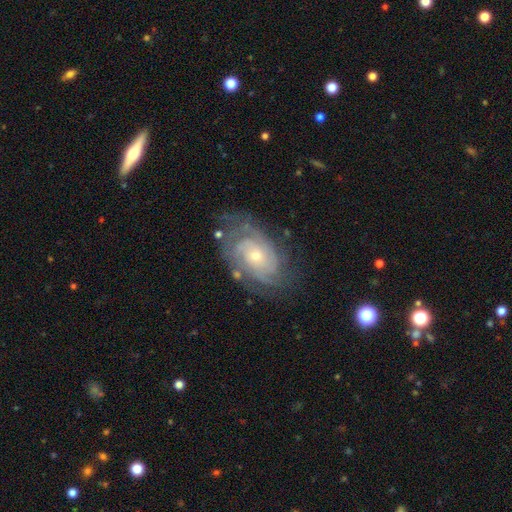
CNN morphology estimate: A featured or disk galaxy (85%) with no bar (77%), tight (71%) spiral arms (95%) and a small central bulge (63%).

Vote fractions:
- Smooth or featured? featured or disk: 85% / smooth: 9% / star or artifact: 6%
- Edge-on disk? no: 96% / yes: 4%
- Bar? no: 77% / weak: 19% / strong: 4%
- Spiral arms? yes: 95% / no: 5%
- Spiral winding? tight: 71% / medium: 24% / loose: 5%
- Spiral arm count? can't tell: 34% / 2: 23% / 3: 19% / 4: 13% / more than 4: 6% / 1: 5%
- Bulge size? small: 63% / moderate: 33% / large: 2% / none: 1% / dominant: 1%
- Merging? none: 71% / minor disturbance: 19% / major disturbance: 9% / merger: 2%